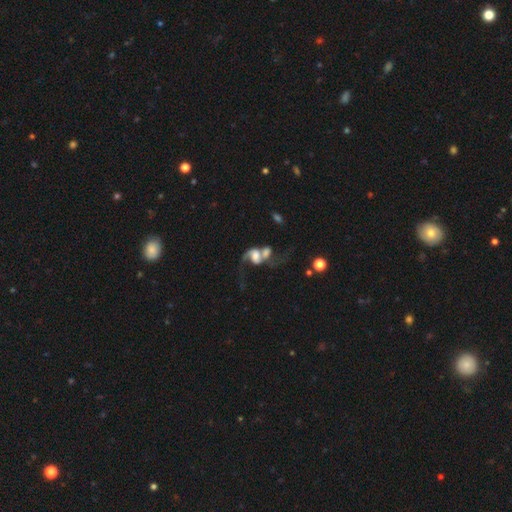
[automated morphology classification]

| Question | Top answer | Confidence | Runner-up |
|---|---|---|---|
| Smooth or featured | featured or disk | 67% | smooth (24%) |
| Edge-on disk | no | 97% | yes (3%) |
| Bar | no | 55% | weak (31%) |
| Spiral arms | yes | 83% | no (17%) |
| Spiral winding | loose | 77% | medium (18%) |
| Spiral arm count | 2 | 61% | 1 (31%) |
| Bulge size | large | 33% | moderate (27%) |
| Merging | merger | 65% | major disturbance (17%) |